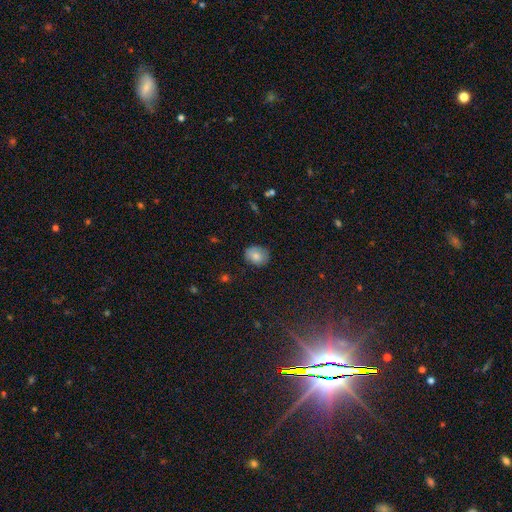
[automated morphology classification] The model was most divided on "how rounded": round: 52%, in between: 47%, cigar-shaped: 1%. More confident: smooth or featured — smooth (81%); merging — none (80%).